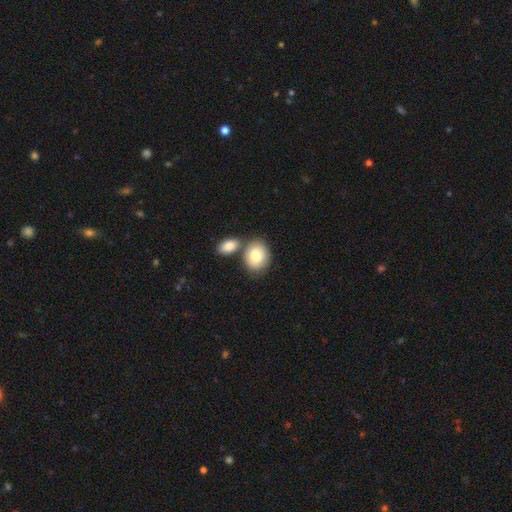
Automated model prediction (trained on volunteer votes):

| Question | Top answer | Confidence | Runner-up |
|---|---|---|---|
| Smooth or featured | smooth | 82% | featured or disk (12%) |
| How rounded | in between | 59% | round (40%) |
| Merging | none | 55% | merger (31%) |